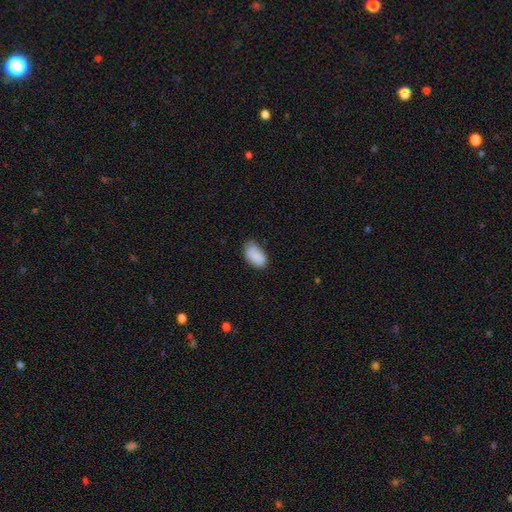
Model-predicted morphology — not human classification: Overall: smooth (88%). How rounded: in between (94%). Merging: none (65%; minor disturbance 28%).